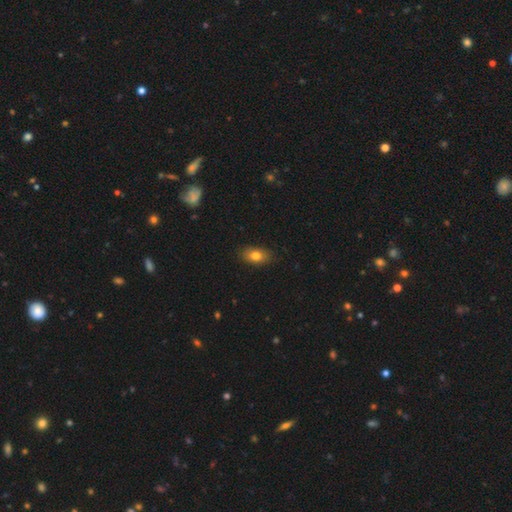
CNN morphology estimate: This appears to be a smooth galaxy with no disk features (79%) that is in between round and cigar-shaped (86%). Merging: none (85%).